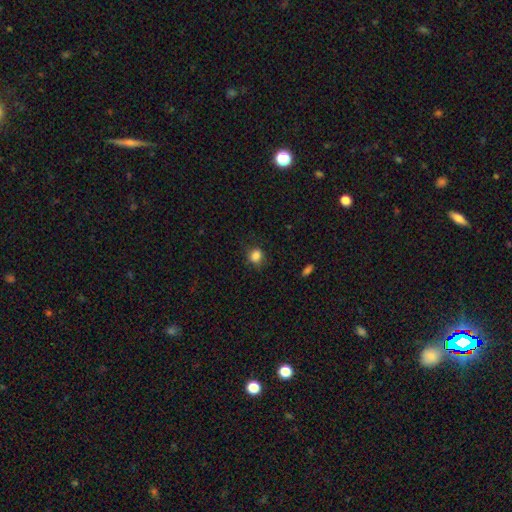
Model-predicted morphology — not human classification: Smooth or featured? Predicted: smooth (p=0.85). How rounded? Predicted: round (p=0.71). Merging? Predicted: none (p=0.76).